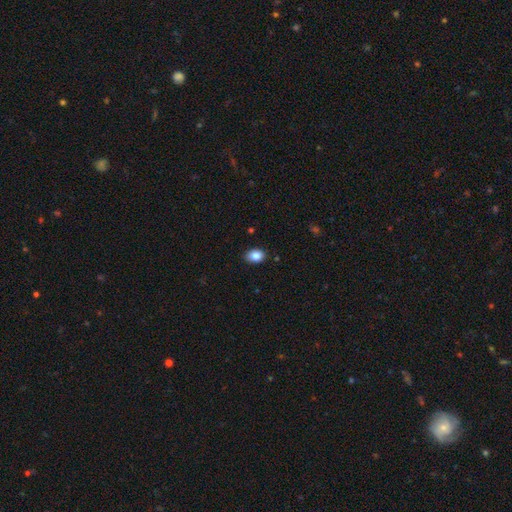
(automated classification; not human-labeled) Smooth or featured? Predicted: smooth (p=0.88). How rounded? Predicted: in between (p=0.79). Merging? Predicted: none (p=0.86).